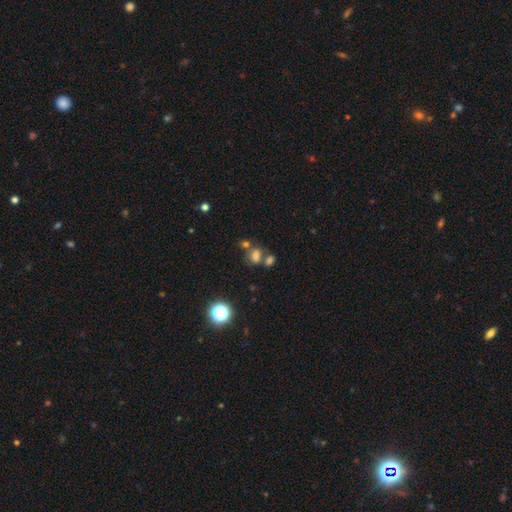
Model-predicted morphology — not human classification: smooth-or-featured: smooth: 70% | star or artifact: 20% | featured or disk: 11%
  how-rounded: in between: 69% | round: 29% | cigar-shaped: 2%
  merging: none: 44% | merger: 36% | minor disturbance: 13% | major disturbance: 7%